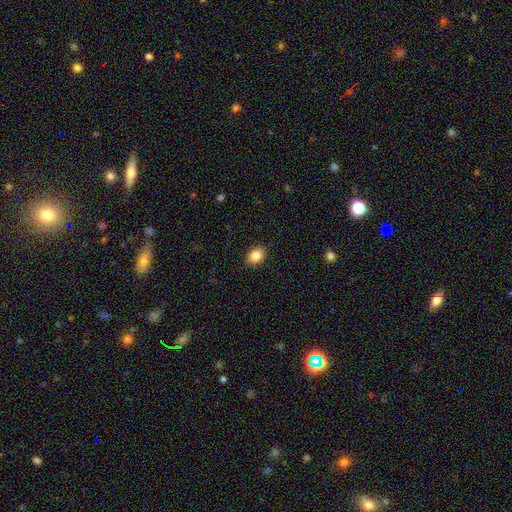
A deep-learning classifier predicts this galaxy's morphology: This appears to be a smooth galaxy with no disk features (86%) that is in between round and cigar-shaped (73%). Merging: none (88%).